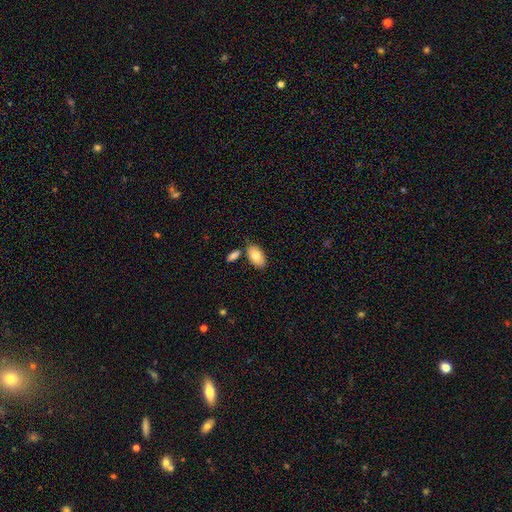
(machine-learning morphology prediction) smooth_or_featured: smooth (p=0.81) [alt: featured or disk p=0.13]
how_rounded: in between (p=0.94) [alt: round p=0.04]
merging: none (p=0.73) [alt: minor disturbance p=0.13]